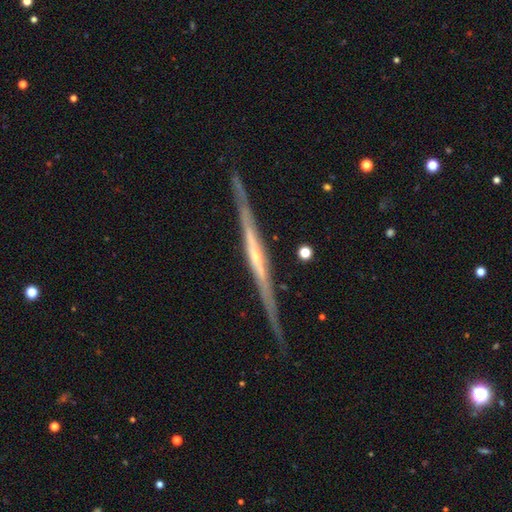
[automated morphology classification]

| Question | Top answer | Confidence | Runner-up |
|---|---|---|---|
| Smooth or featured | featured or disk | 83% | smooth (11%) |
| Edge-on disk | yes | 98% | no (2%) |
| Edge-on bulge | none | 49% | rounded (43%) |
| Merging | none | 86% | minor disturbance (11%) |